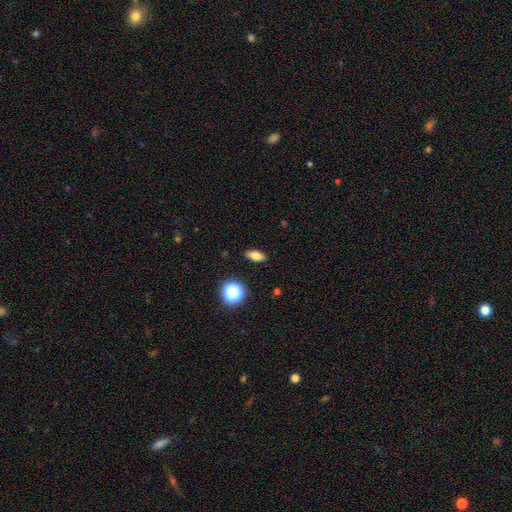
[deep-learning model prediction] Morphology: type=smooth (75%); roundness=in between (76%); merging=none (89%).